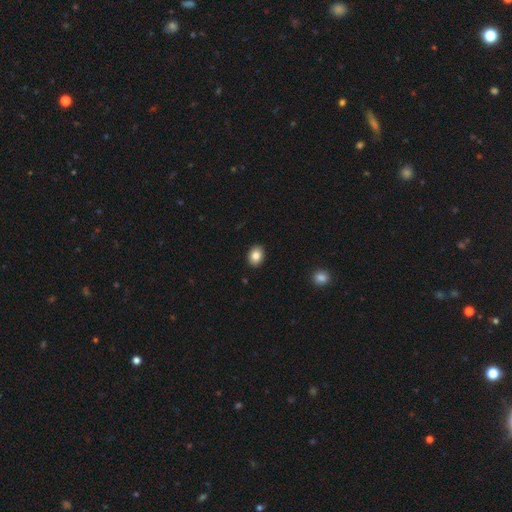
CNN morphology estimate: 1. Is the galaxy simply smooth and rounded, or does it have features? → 85% smooth, 8% star or artifact, 6% featured or disk.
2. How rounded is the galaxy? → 69% in between, 30% round, 1% cigar-shaped.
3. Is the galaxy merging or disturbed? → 91% none, 7% minor disturbance, 2% major disturbance, 1% merger.